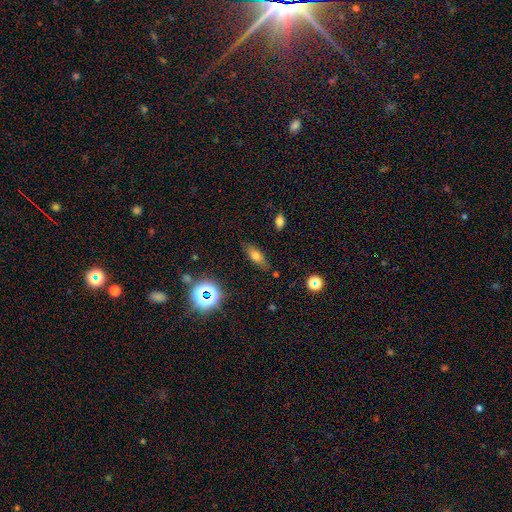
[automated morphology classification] A smooth galaxy with no disk features (65%) that is in between round and cigar-shaped (68%). Merging: none (82%).